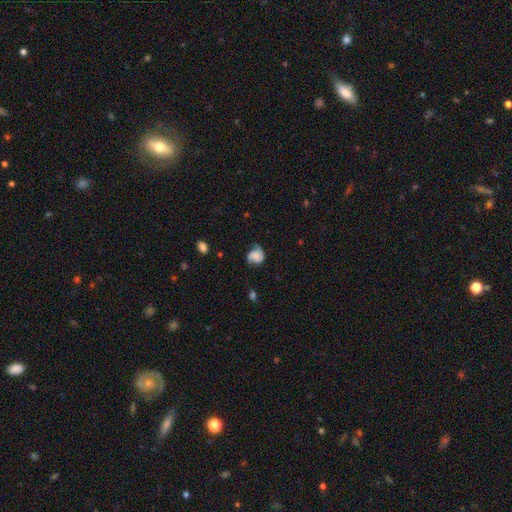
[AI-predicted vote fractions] smooth 47%, featured or disk 44%, star or artifact 9%. Down the decision tree: merging — none (54%).